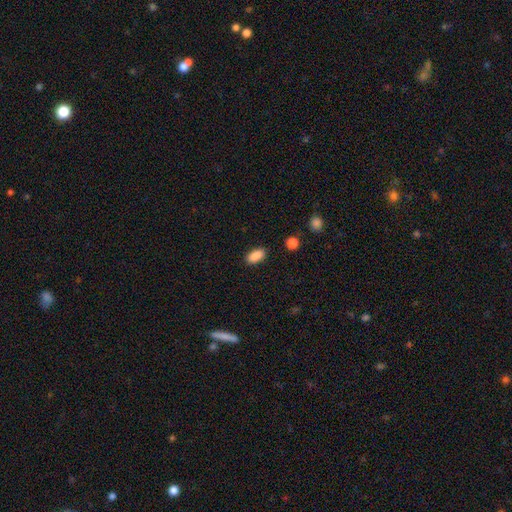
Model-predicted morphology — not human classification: A smooth galaxy with no disk features (88%) that is in between round and cigar-shaped (91%). Merging: none (88%).